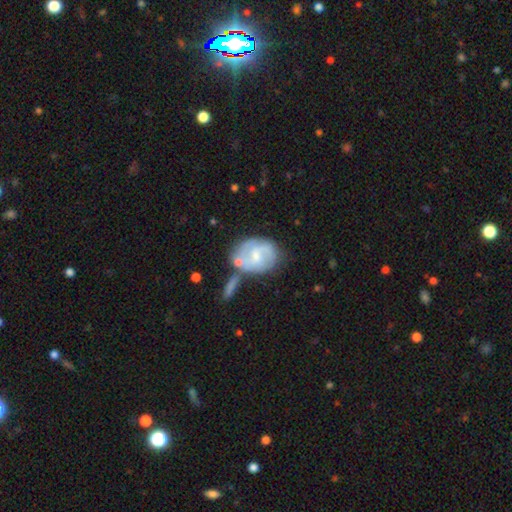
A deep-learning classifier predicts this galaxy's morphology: Smooth or featured? featured or disk (67%)
Edge-on disk? no (97%)
Bar? no (46%)
Spiral arms? yes (83%)
Spiral winding? medium (43%)
Spiral arm count? 2 (54%)
Bulge size? small (55%)
Merging? none (45%)